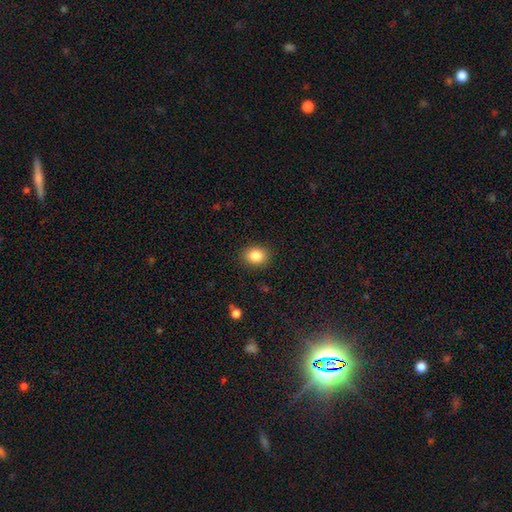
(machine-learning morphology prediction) Smooth or featured: smooth — 85% (star or artifact — 9%)
How rounded: round — 55% (in between — 44%)
Merging: none — 88% (minor disturbance — 8%)